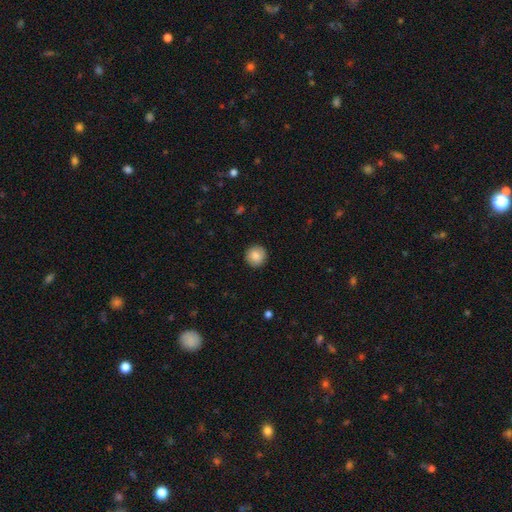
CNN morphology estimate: This appears to be a smooth galaxy with no disk features (86%) that is round (93%). Merging: none (91%).